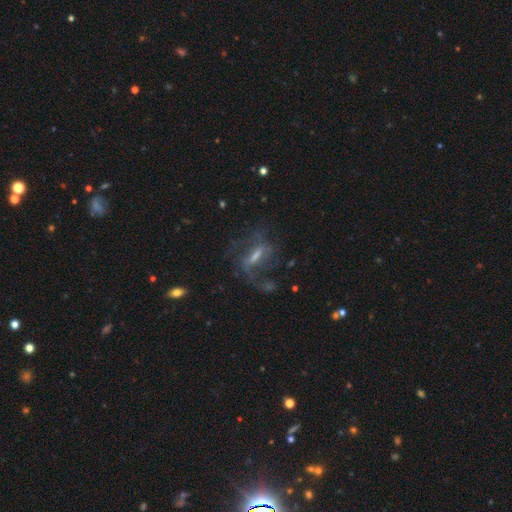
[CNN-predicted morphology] featured or disk 73%, smooth 15%, star or artifact 12%. Down the decision tree: edge-on disk — no (83%); bar — strong (46%); spiral arms — yes (80%); bulge size — small (38%); merging — none (52%).